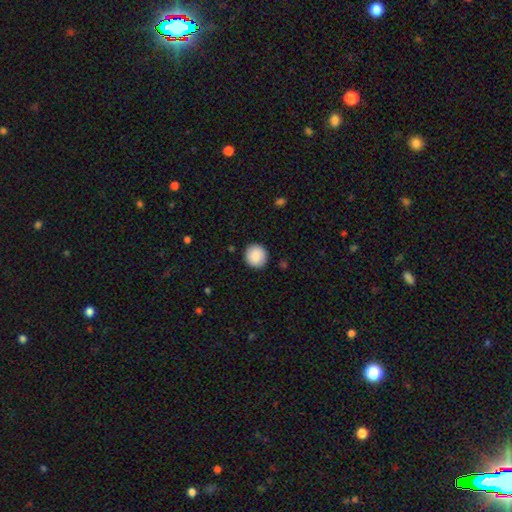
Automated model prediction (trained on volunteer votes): This is clearly a smooth galaxy (89%). How rounded: clearly round (92%). Merging: clearly none (91%).